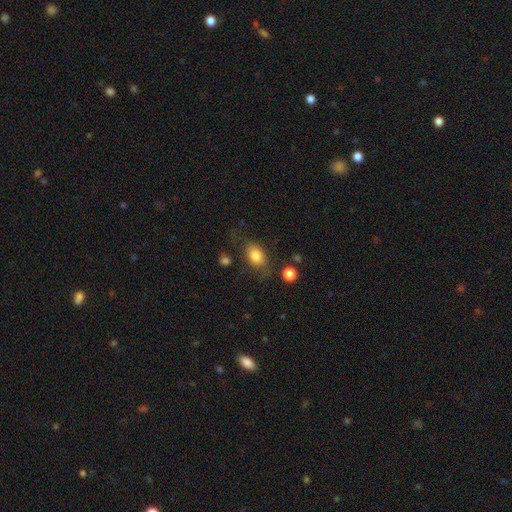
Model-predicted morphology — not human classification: This appears to be a smooth galaxy with no disk features (81%) that is in between round and cigar-shaped (81%). Merging: none (69%).